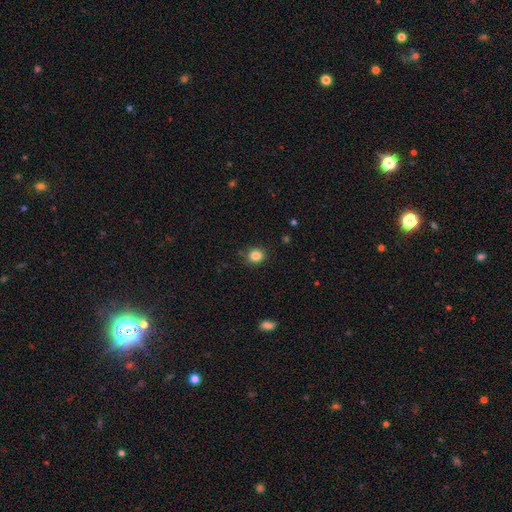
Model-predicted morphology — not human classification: Smooth or featured: smooth — 84% (star or artifact — 11%)
How rounded: round — 75% (in between — 25%)
Merging: none — 87% (minor disturbance — 9%)